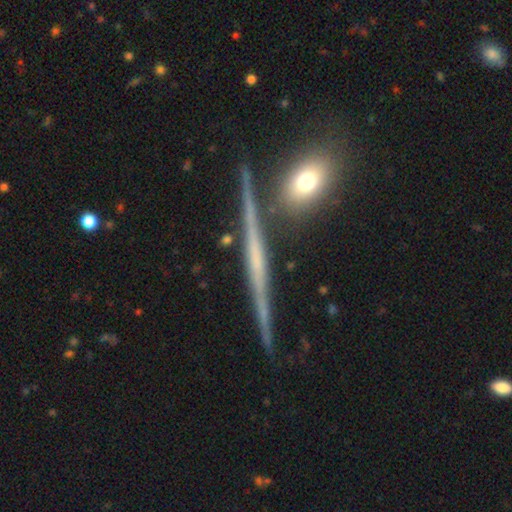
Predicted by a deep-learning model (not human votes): Smooth or featured?
  - featured or disk: 75% *
  - smooth: 17%
  - star or artifact: 8%
Edge-on disk?
  - yes: 97% *
  - no: 3%
Edge-on bulge?
  - none: 68% *
  - rounded: 22%
  - boxy: 10%
Merging?
  - none: 86% *
  - minor disturbance: 8%
  - merger: 4%
  - major disturbance: 2%